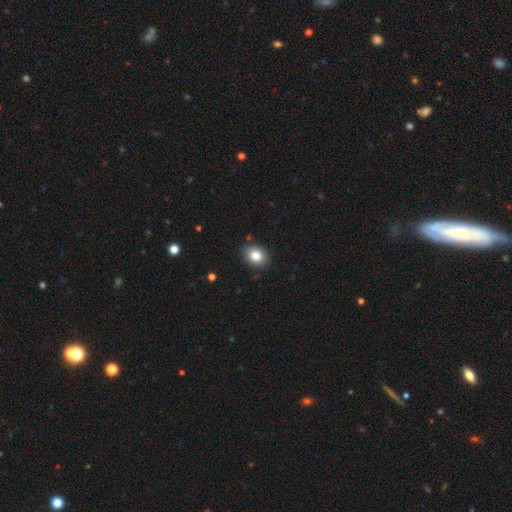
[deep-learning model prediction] Smooth or featured? Predicted: smooth (p=0.82). How rounded? Predicted: in between (p=0.59). Merging? Predicted: none (p=0.85).